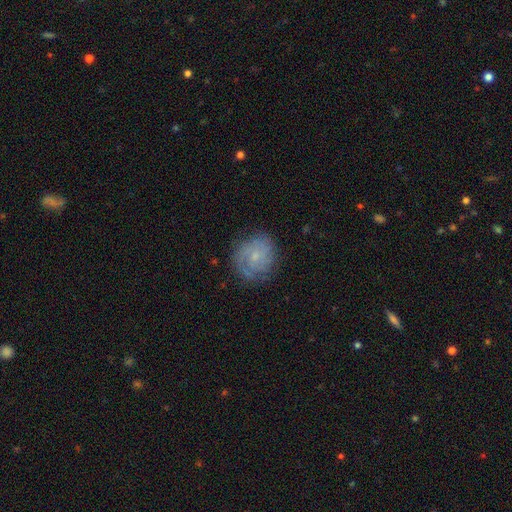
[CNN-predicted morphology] smooth-or-featured: featured or disk: 63% | smooth: 29% | star or artifact: 8%
  disk-edge-on: no: 98% | yes: 2%
    bar: no: 74% | weak: 24% | strong: 3%
    has-spiral-arms: yes: 88% | no: 12%
      spiral-winding: tight: 60% | medium: 30% | loose: 10%
      spiral-arm-count: can't tell: 36% | 2: 34% | 3: 13% | 1: 9% | 4: 4% | more than 4: 4%
    bulge-size: small: 71% | moderate: 20% | none: 8% | large: 1% | dominant: 1%
  merging: none: 74% | minor disturbance: 18% | major disturbance: 7% | merger: 1%